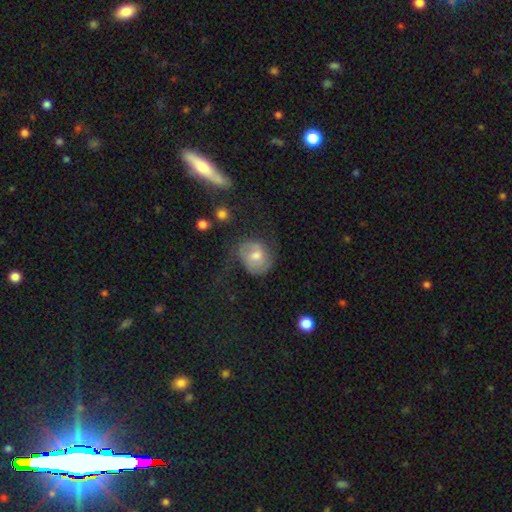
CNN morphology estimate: Smooth or featured?
  - smooth: 48% *
  - featured or disk: 43%
  - star or artifact: 9%
Merging?
  - none: 48% *
  - minor disturbance: 25%
  - major disturbance: 24%
  - merger: 3%